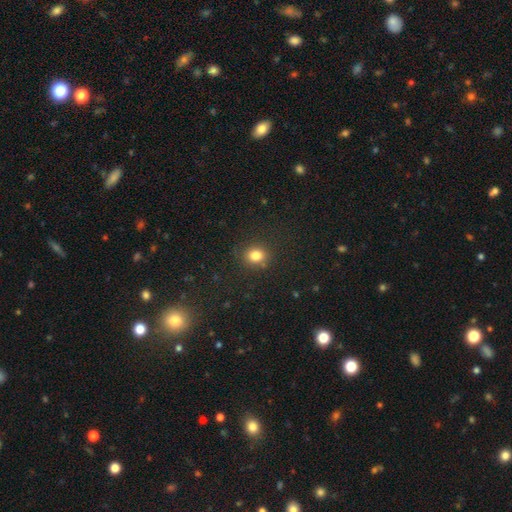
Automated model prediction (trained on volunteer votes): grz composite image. It shows a smooth galaxy with no disk features (82%) that is round (73%). Merging: none (83%).